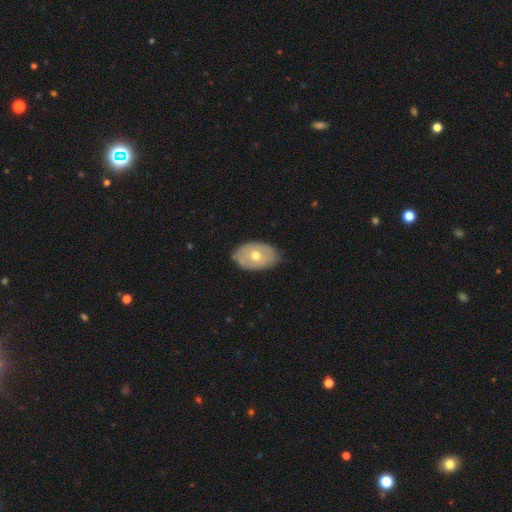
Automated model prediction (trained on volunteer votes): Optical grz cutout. It shows a smooth galaxy with no disk features (54%) that is in between round and cigar-shaped (86%). Merging: none (81%).